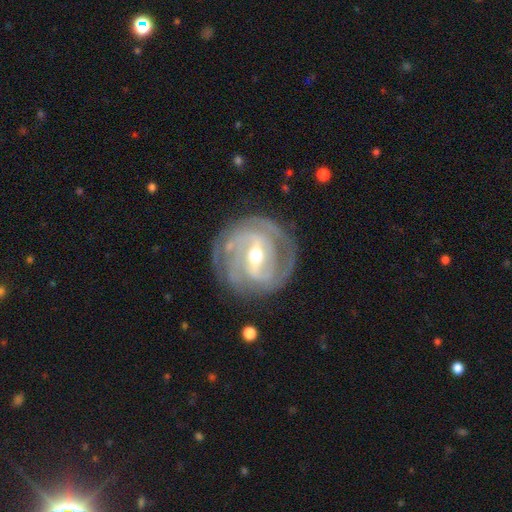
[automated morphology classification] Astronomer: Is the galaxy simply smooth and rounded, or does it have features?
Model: featured or disk — 86%.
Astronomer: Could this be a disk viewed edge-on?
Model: no — 95%.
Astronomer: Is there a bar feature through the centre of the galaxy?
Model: strong — 55% (runner-up: weak, 34%).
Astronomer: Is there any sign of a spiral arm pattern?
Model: yes — 90%.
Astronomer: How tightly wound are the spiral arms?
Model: tight — 63%.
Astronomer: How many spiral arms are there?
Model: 2 — 46% (runner-up: can't tell, 22%).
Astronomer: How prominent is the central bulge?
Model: moderate — 61%.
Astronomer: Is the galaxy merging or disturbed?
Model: none — 79%.